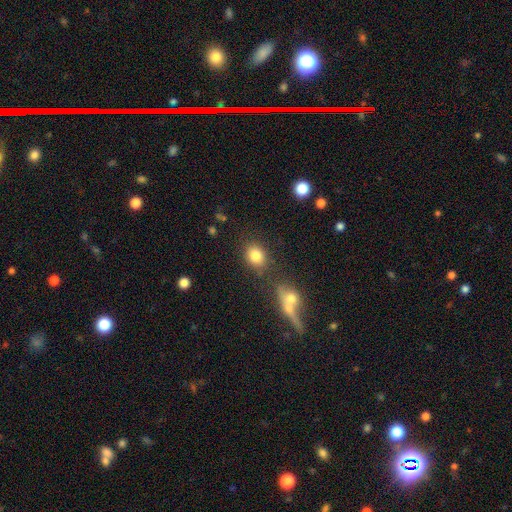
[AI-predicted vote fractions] This appears to be a smooth galaxy with no disk features (82%) that is round (51%). Merging: none (74%).